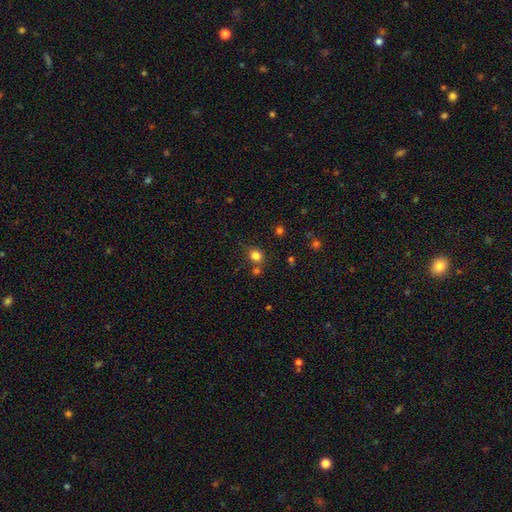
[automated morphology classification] This is clearly a smooth galaxy (81%). How rounded: clearly round (83%). Merging: likely none (67%).